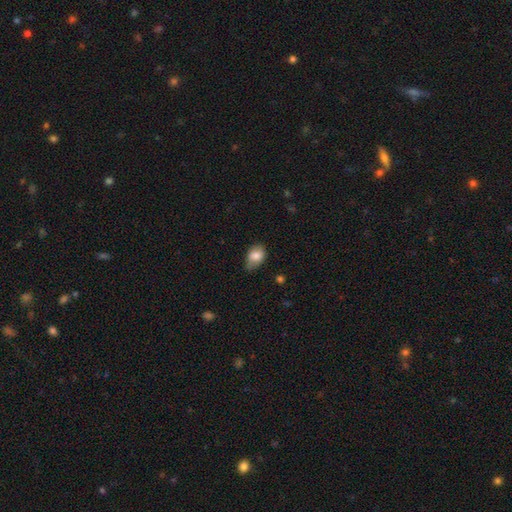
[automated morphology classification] Smooth or featured? smooth (80%)
How rounded? in between (79%)
Merging? none (52%)